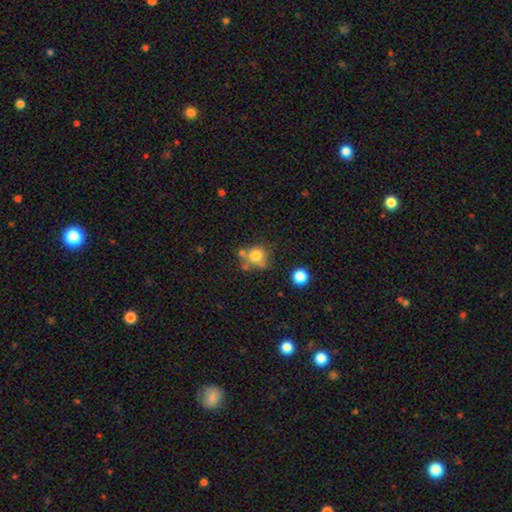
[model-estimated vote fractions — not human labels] Smooth or featured?
  - smooth: 72% *
  - featured or disk: 16%
  - star or artifact: 13%
How rounded?
  - round: 80% *
  - in between: 19%
  - cigar-shaped: 1%
Merging?
  - none: 49% *
  - merger: 25%
  - minor disturbance: 17%
  - major disturbance: 9%